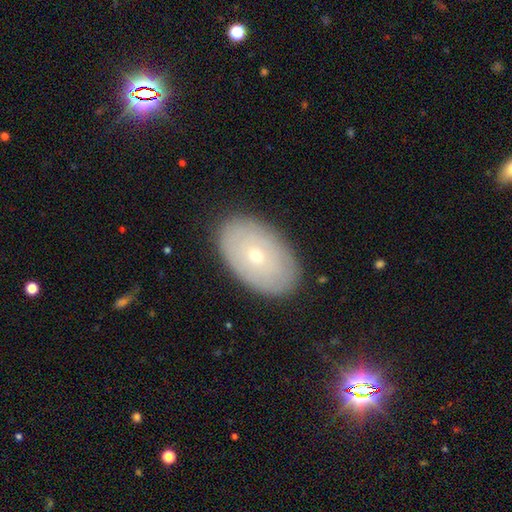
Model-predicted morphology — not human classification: This is possibly a smooth galaxy (50%). How rounded: clearly in between (90%). Merging: clearly none (85%).